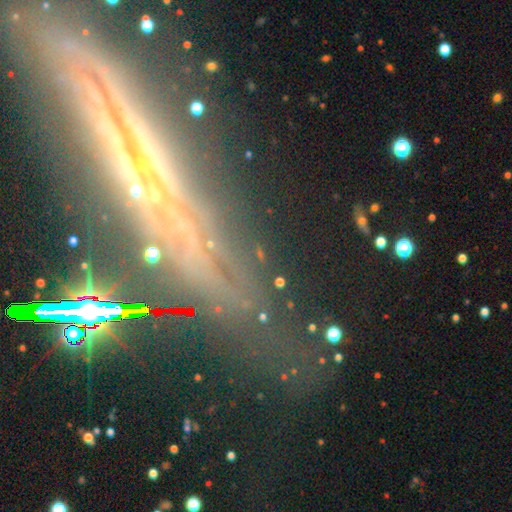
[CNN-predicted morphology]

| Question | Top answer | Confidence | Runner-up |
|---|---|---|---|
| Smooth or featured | star or artifact | 50% | featured or disk (34%) |